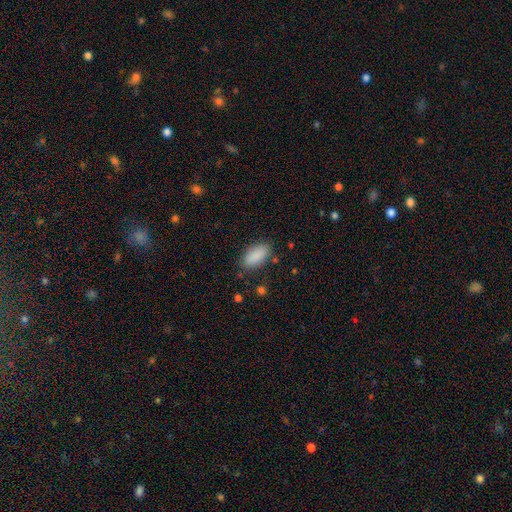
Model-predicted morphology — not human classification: The model was most divided on "merging": none: 83%, minor disturbance: 12%, major disturbance: 3%, merger: 2%. More confident: how rounded — in between (91%); smooth or featured — smooth (89%).